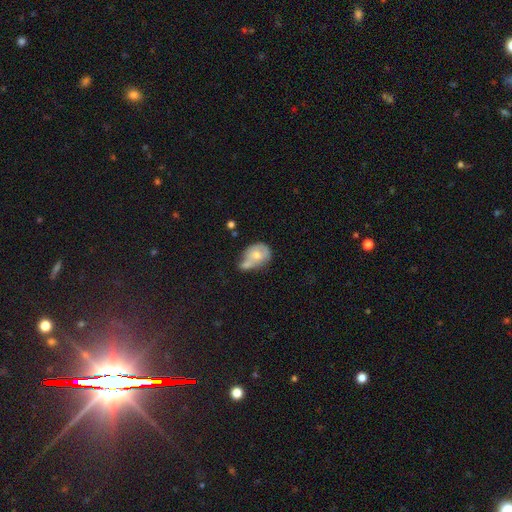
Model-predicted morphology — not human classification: Overall: smooth (60%; featured or disk 33%). How rounded: in between (51%; round 48%). Merging: merger (46%; none 25%).